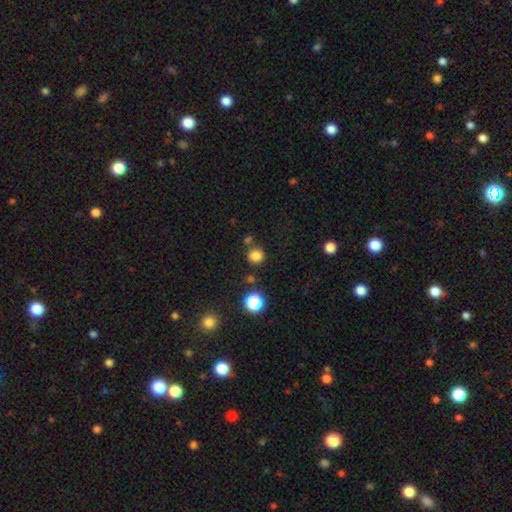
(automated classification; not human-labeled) Smooth or featured? Predicted: smooth (p=0.81). How rounded? Predicted: round (p=0.92). Merging? Predicted: none (p=0.81).